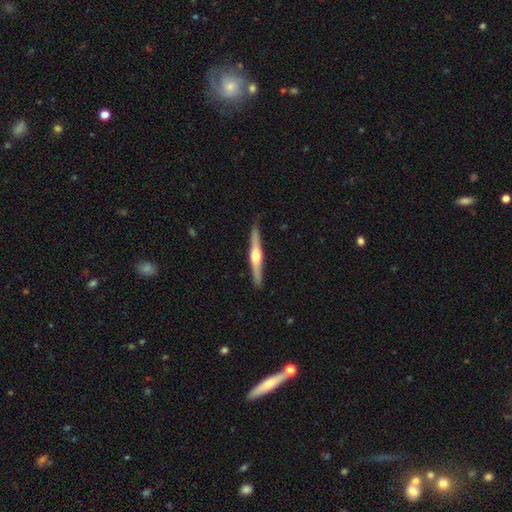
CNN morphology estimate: Q: Smooth or featured?
A: featured or disk (68%); runner-up: smooth (27%)
Q: Edge-on disk?
A: yes (98%); runner-up: no (2%)
Q: Edge-on bulge?
A: rounded (92%); runner-up: boxy (4%)
Q: Merging?
A: none (88%); runner-up: minor disturbance (9%)